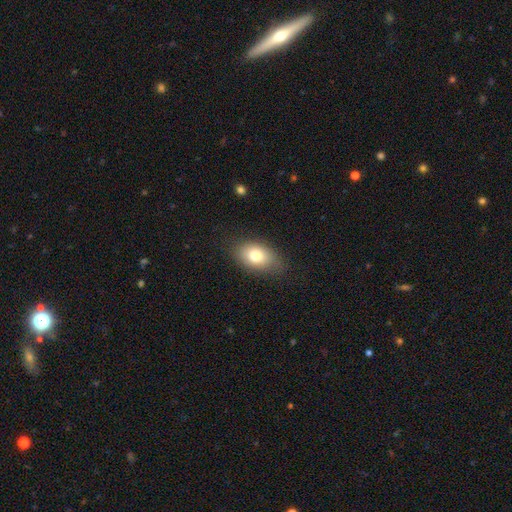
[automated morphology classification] Smooth or featured? Predicted: smooth (p=0.78). How rounded? Predicted: in between (p=0.86). Merging? Predicted: none (p=0.77).